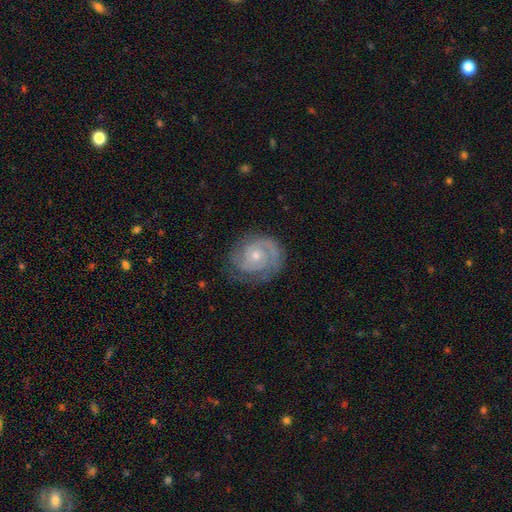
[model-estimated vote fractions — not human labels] A featured or disk galaxy (87%) with no bar (73%), 2 (65%) tight (71%) spiral arms (97%) and a small central bulge (58%).

Vote fractions:
- Smooth or featured? featured or disk: 87% / smooth: 7% / star or artifact: 5%
- Edge-on disk? no: 98% / yes: 2%
- Bar? no: 73% / weak: 22% / strong: 4%
- Spiral arms? yes: 97% / no: 3%
- Spiral winding? tight: 71% / medium: 25% / loose: 5%
- Spiral arm count? 2: 65% / 3: 13% / can't tell: 12% / 1: 5% / 4: 3% / more than 4: 3%
- Bulge size? small: 58% / moderate: 39% / none: 1% / large: 1% / dominant: 1%
- Merging? none: 78% / minor disturbance: 16% / major disturbance: 6% / merger: 1%